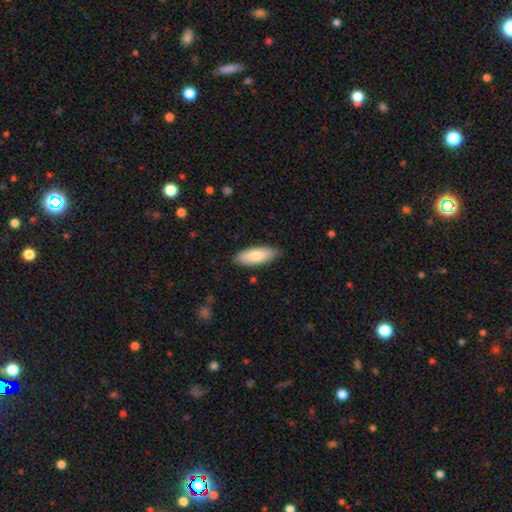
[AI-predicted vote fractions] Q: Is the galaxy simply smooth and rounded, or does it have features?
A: smooth — 79%.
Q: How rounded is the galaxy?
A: in between — 75%.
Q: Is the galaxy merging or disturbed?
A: none — 83%.